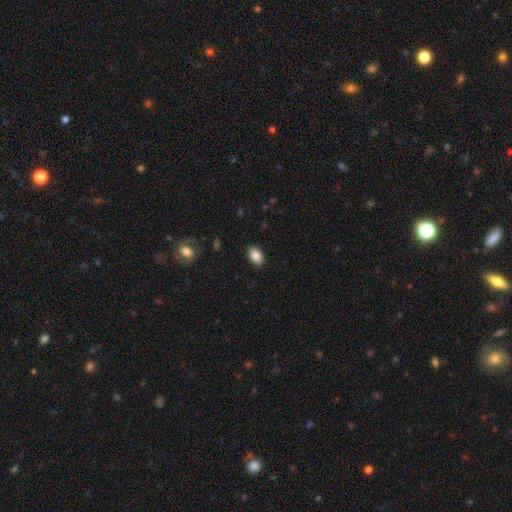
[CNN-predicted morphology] Overall: smooth (87%). How rounded: in between (86%). Merging: none (88%).